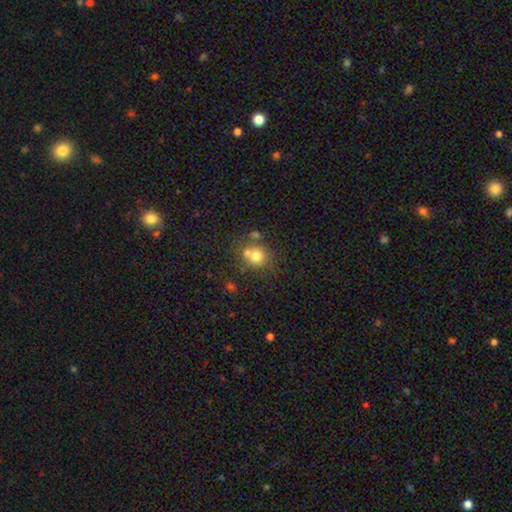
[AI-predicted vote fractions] smooth-or-featured: smooth: 74% | star or artifact: 14% | featured or disk: 13%
  how-rounded: round: 82% | in between: 17% | cigar-shaped: 1%
  merging: none: 56% | merger: 29% | minor disturbance: 11% | major disturbance: 4%